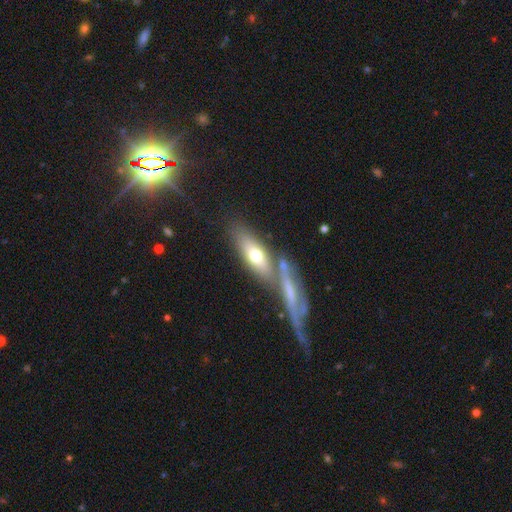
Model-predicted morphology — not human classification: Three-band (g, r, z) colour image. It shows a smooth galaxy with no disk features (61%) that is in between round and cigar-shaped (54%). Merging: none (52%).